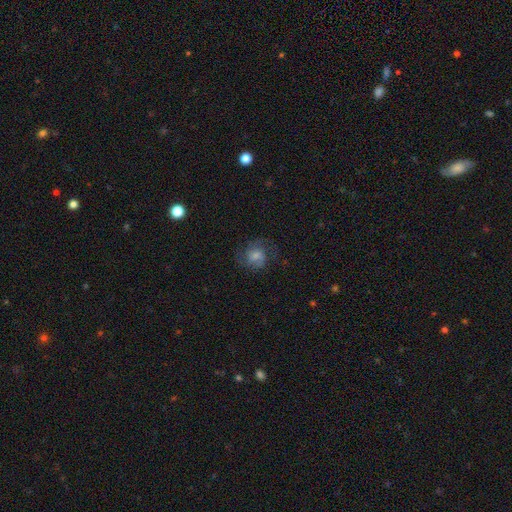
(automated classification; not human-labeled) This appears to be a featured or disk galaxy (56%) with no bar (64%), spiral arms (87%) and a moderate central bulge (40%, tied with small). Merging: none (67%).